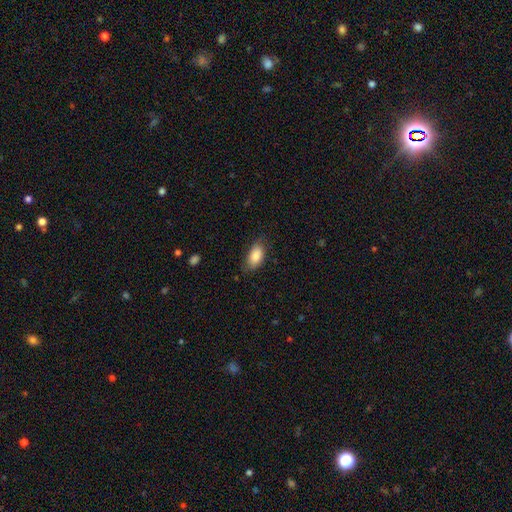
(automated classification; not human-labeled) A smooth galaxy with no disk features (87%) that is in between round and cigar-shaped (92%).

Vote fractions:
- Smooth or featured? smooth: 87% / featured or disk: 7% / star or artifact: 6%
- How rounded? in between: 92% / round: 5% / cigar-shaped: 4%
- Merging? none: 71% / minor disturbance: 22% / major disturbance: 5% / merger: 1%